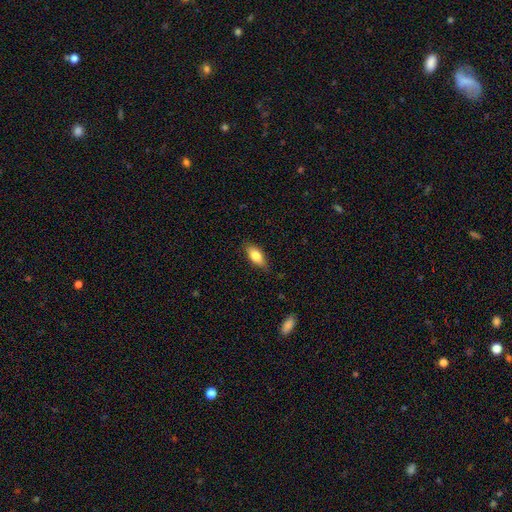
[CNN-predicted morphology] The model was most divided on "how rounded": in between: 81%, cigar-shaped: 16%, round: 3%. More confident: merging — none (81%); smooth or featured — smooth (80%).